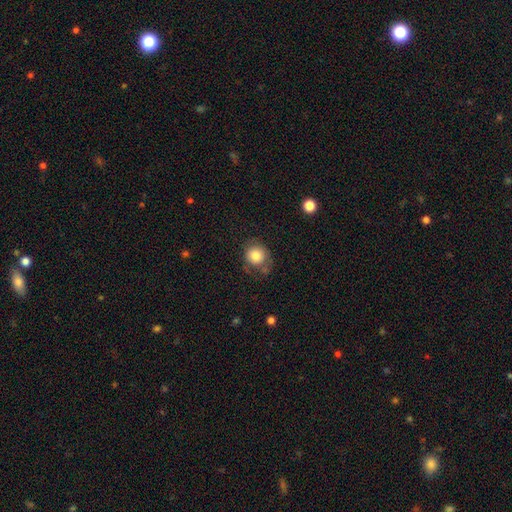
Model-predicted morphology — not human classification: Overall: smooth (80%). How rounded: round (83%). Merging: none (63%).